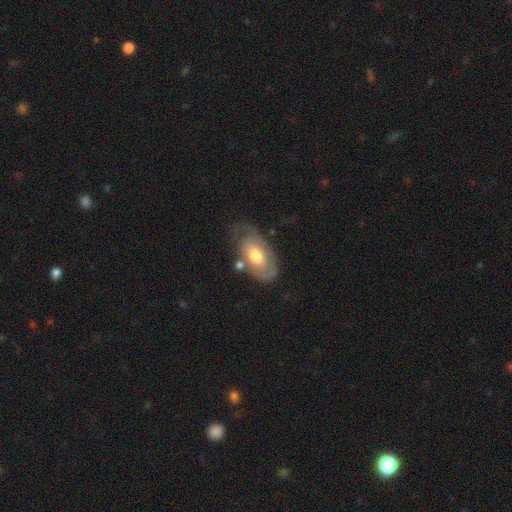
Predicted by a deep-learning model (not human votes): Smooth or featured: featured or disk — 54% (smooth — 41%)
Edge-on disk: no — 91% (yes — 9%)
Merging: none — 53% (minor disturbance — 26%)